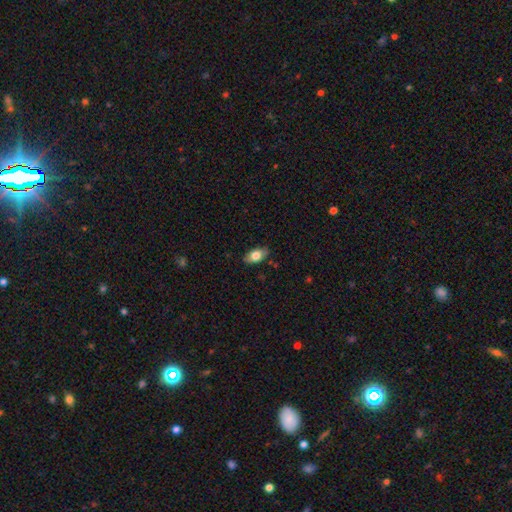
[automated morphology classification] Q: Smooth or featured?
A: smooth (75%); runner-up: featured or disk (18%)
Q: How rounded?
A: in between (91%); runner-up: round (5%)
Q: Merging?
A: none (84%); runner-up: minor disturbance (13%)